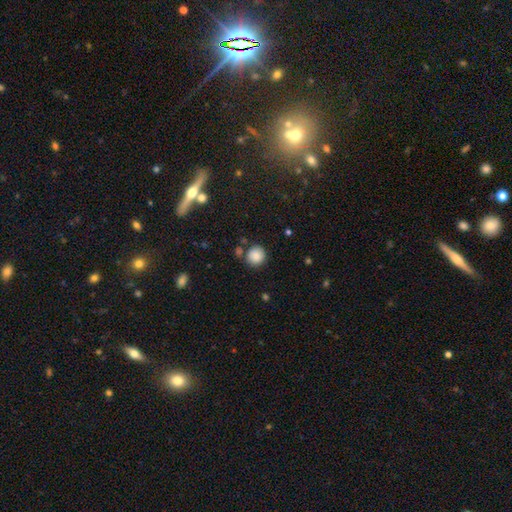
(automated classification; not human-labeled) A smooth galaxy with no disk features (86%) that is round (92%). Merging: none (79%).